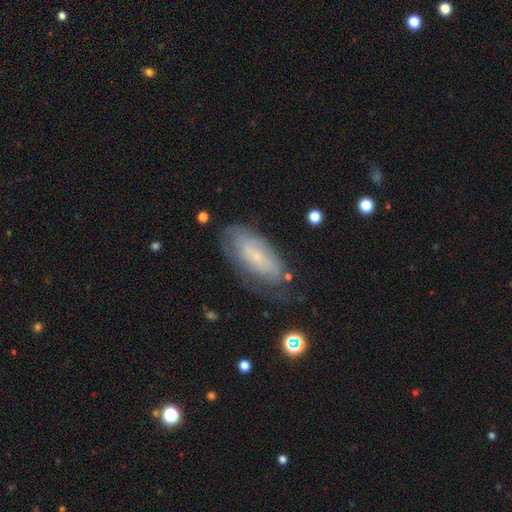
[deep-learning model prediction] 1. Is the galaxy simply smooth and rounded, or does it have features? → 49% featured or disk, 42% smooth, 9% star or artifact.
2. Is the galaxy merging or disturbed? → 62% none, 25% minor disturbance, 11% major disturbance, 2% merger.